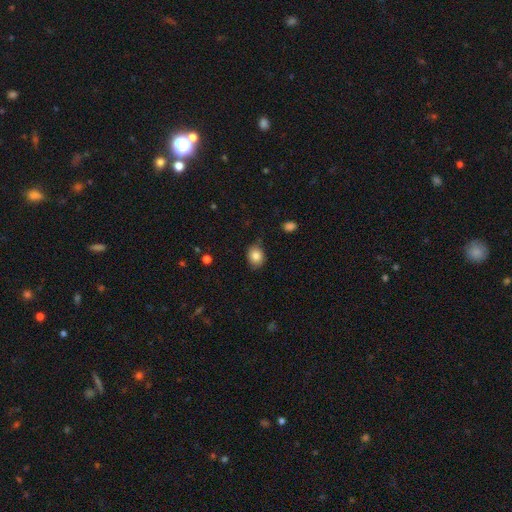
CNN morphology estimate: Overall: smooth (85%). How rounded: in between (51%; round 48%). Merging: none (77%).